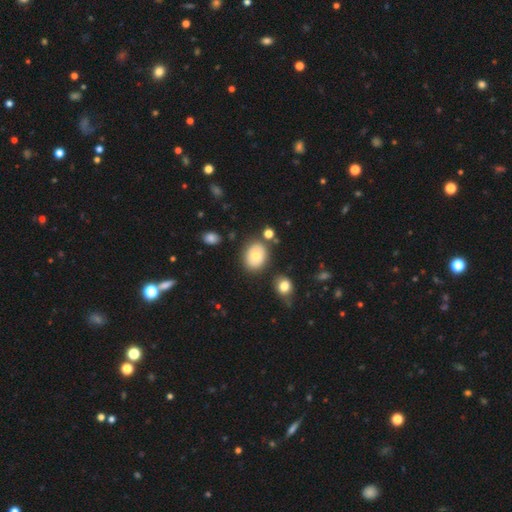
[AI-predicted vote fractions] Morphology: type=smooth (70%); roundness=in between (58%); merging=none (80%).